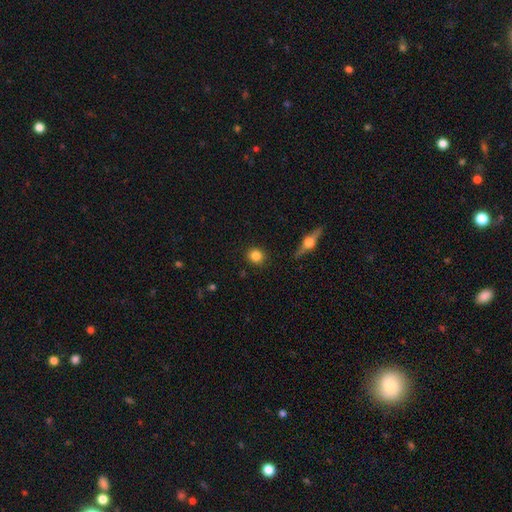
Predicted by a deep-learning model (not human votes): Smooth or featured: smooth — 83% (star or artifact — 9%)
How rounded: round — 86% (in between — 12%)
Merging: none — 91% (minor disturbance — 6%)